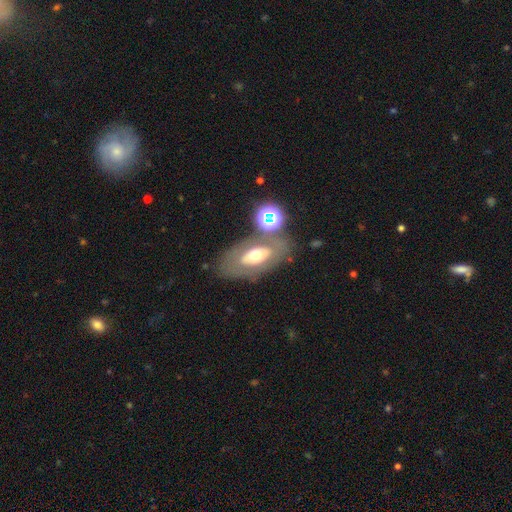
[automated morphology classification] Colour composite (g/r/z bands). It shows a featured or disk galaxy (48%). Merging: none (68%).